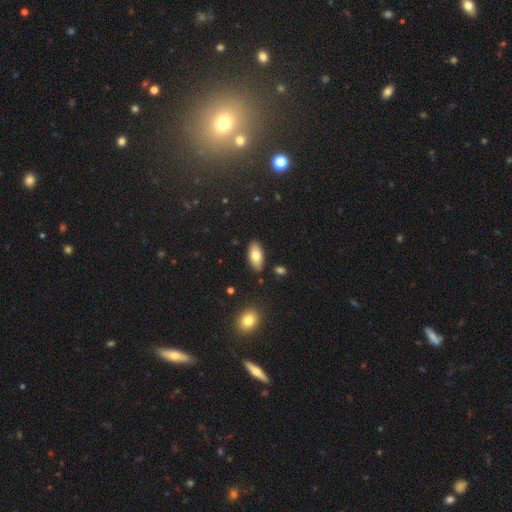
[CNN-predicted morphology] smooth 77%, featured or disk 16%, star or artifact 7%. Down the decision tree: how rounded — in between (90%); merging — none (86%).